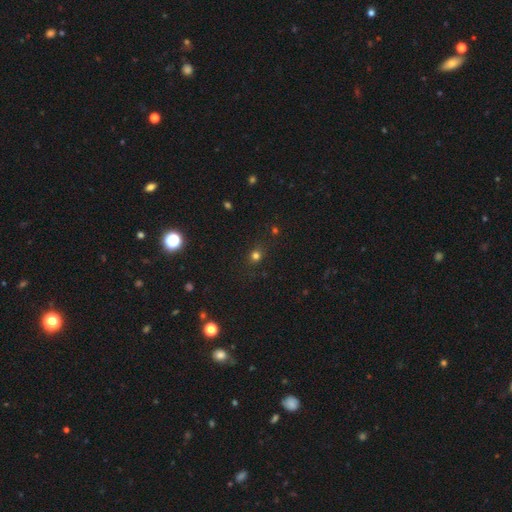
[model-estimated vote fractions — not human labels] This is likely a smooth galaxy (71%). How rounded: likely round (78%). Merging: clearly none (84%).